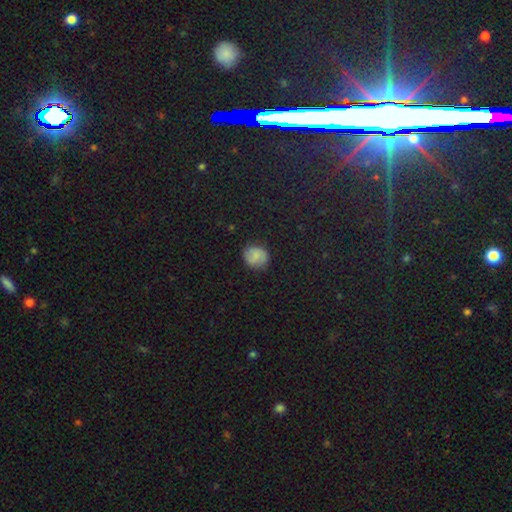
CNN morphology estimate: A smooth galaxy with no disk features (66%) that is round (75%). Merging: none (82%).